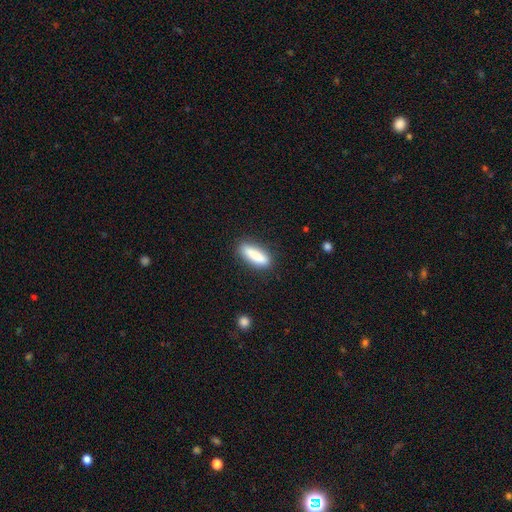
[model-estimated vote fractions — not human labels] Smooth or featured: smooth — 84% (featured or disk — 10%)
How rounded: cigar-shaped — 55% (in between — 43%)
Merging: none — 85% (minor disturbance — 11%)